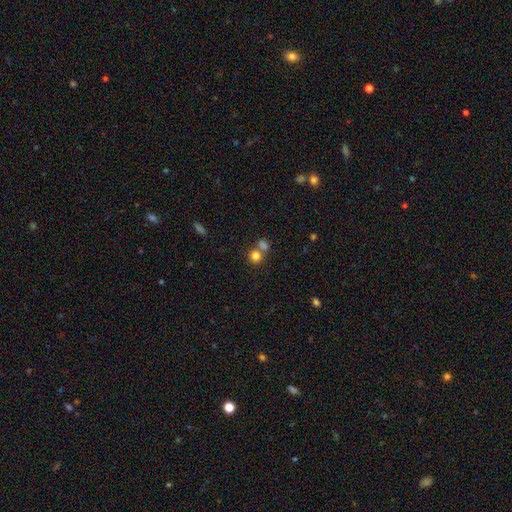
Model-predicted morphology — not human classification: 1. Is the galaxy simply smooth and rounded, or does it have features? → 79% smooth, 12% star or artifact, 9% featured or disk.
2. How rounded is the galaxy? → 86% round, 13% in between, 1% cigar-shaped.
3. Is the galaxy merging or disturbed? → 51% none, 39% merger, 7% minor disturbance, 4% major disturbance.